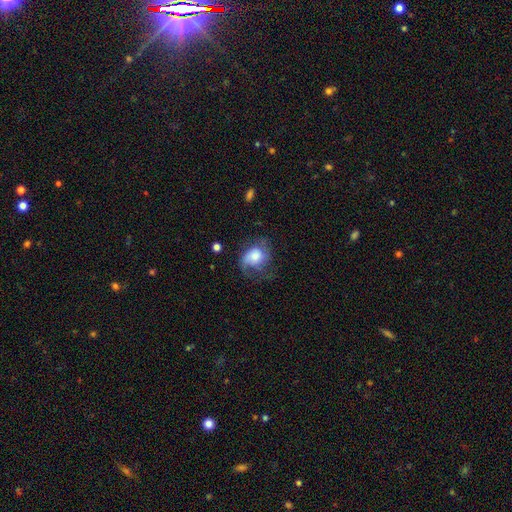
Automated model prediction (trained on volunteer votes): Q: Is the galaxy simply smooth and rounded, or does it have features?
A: featured or disk — 48%.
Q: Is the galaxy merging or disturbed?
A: none — 43%.